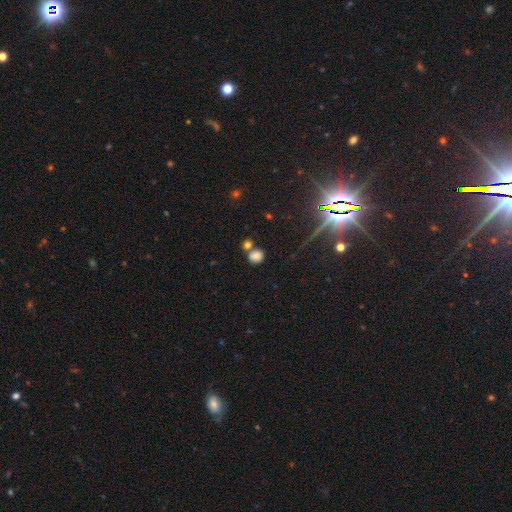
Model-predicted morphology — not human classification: Smooth or featured: smooth — 77% (star or artifact — 16%)
How rounded: round — 66% (in between — 32%)
Merging: none — 54% (merger — 30%)